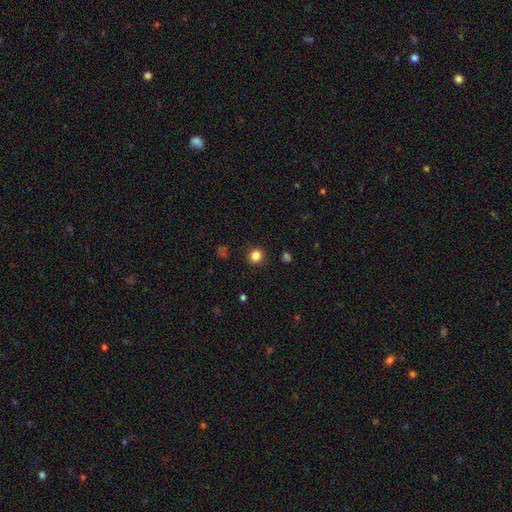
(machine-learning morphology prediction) Smooth or featured?
  - smooth: 84% *
  - star or artifact: 12%
  - featured or disk: 4%
How rounded?
  - round: 91% *
  - in between: 8%
  - cigar-shaped: 1%
Merging?
  - none: 91% *
  - minor disturbance: 6%
  - major disturbance: 2%
  - merger: 1%